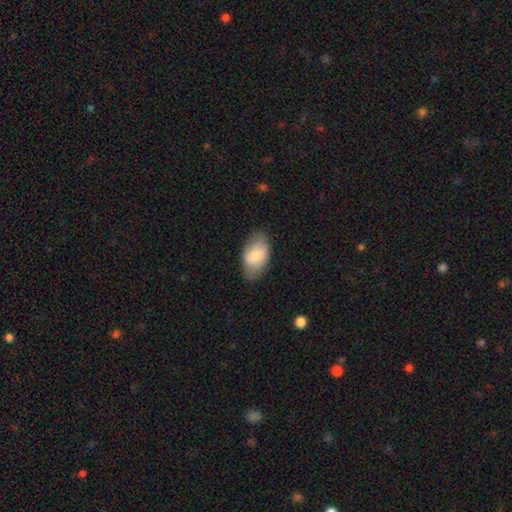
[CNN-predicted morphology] Q: Smooth or featured?
A: smooth (76%); runner-up: featured or disk (17%)
Q: How rounded?
A: in between (94%); runner-up: round (5%)
Q: Merging?
A: none (75%); runner-up: minor disturbance (19%)